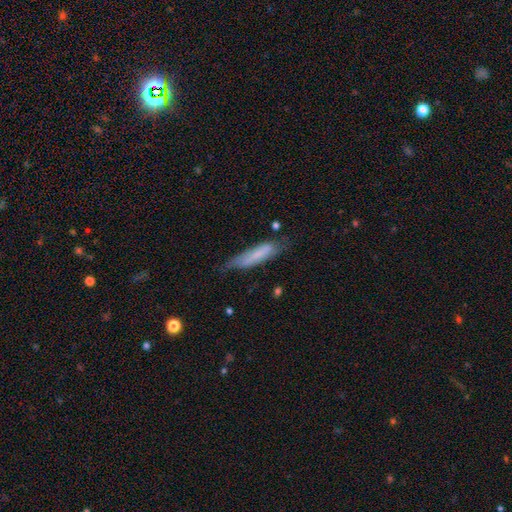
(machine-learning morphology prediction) Q: Smooth or featured?
A: smooth (65%); runner-up: featured or disk (28%)
Q: How rounded?
A: cigar-shaped (76%); runner-up: in between (23%)
Q: Merging?
A: none (57%); runner-up: minor disturbance (30%)